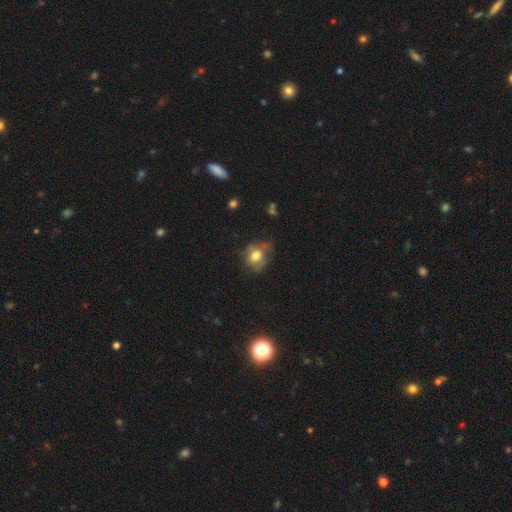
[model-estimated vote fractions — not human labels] Morphology: type=smooth (71%); roundness=round (57%); merging=none (53%).